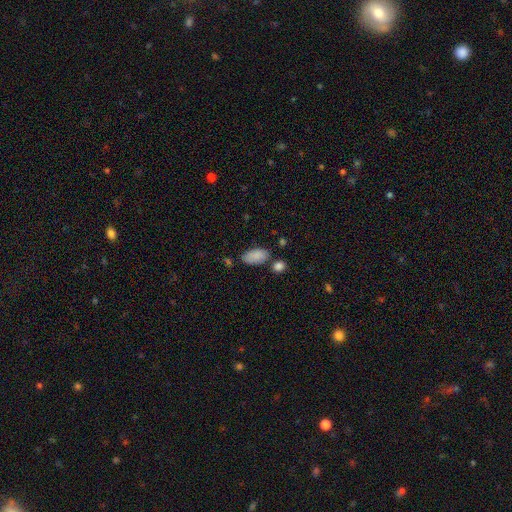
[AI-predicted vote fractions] This appears to be a smooth galaxy with no disk features (88%) that is in between round and cigar-shaped (94%). Merging: none (70%).